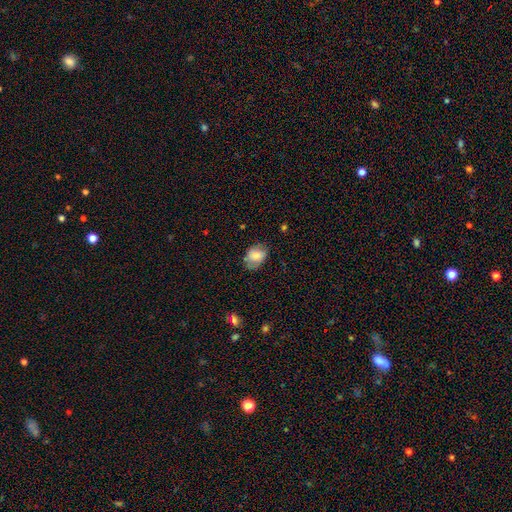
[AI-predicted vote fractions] Smooth or featured? Predicted: smooth (p=0.75). How rounded? Predicted: in between (p=0.71). Merging? Predicted: none (p=0.64).